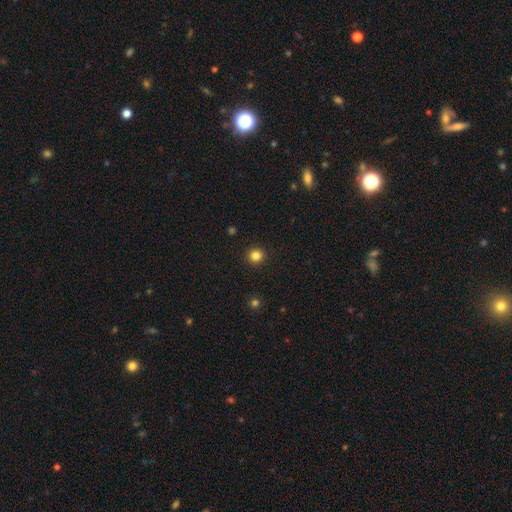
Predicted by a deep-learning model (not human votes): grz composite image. It shows a smooth galaxy with no disk features (84%) that is round (94%). Merging: none (93%).